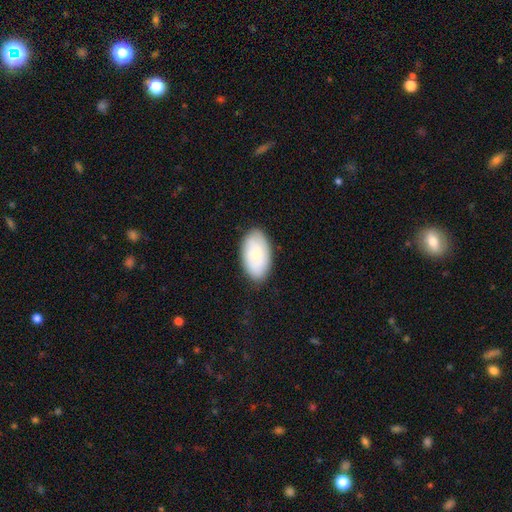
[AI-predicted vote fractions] smooth-or-featured: smooth: 74% | featured or disk: 19% | star or artifact: 6%
  how-rounded: in between: 95% | round: 4% | cigar-shaped: 2%
  merging: none: 84% | minor disturbance: 12% | major disturbance: 3% | merger: 1%